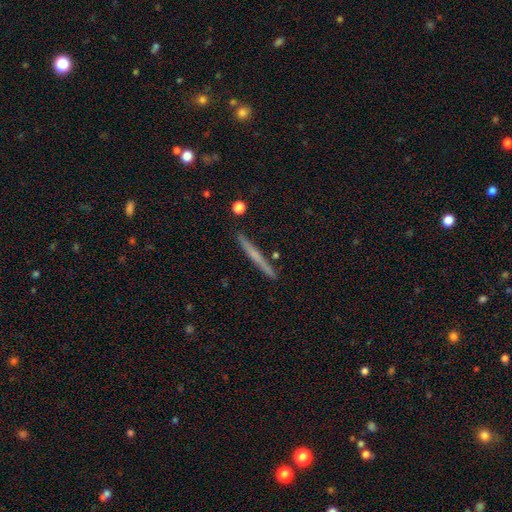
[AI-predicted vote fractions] Overall: featured or disk (49%; smooth 45%). Merging: none (91%).